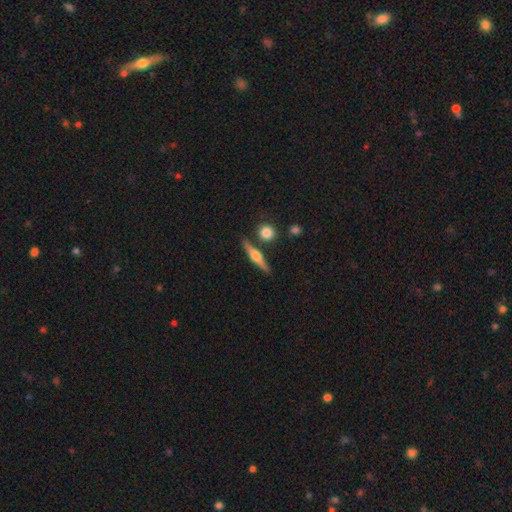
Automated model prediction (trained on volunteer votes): smooth_or_featured: featured or disk (p=0.64) [alt: smooth p=0.29]
disk_edge_on: yes (p=0.97) [alt: no p=0.03]
edge_on_bulge: rounded (p=0.90) [alt: boxy p=0.06]
merging: none (p=0.83) [alt: minor disturbance p=0.08]